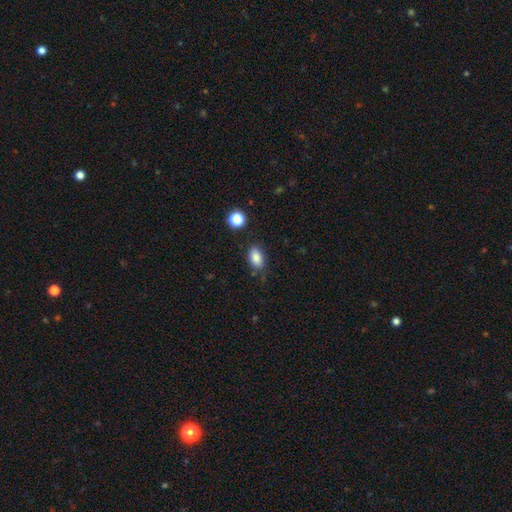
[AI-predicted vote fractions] smooth-or-featured: smooth: 85% | star or artifact: 9% | featured or disk: 6%
  how-rounded: in between: 89% | round: 9% | cigar-shaped: 2%
  merging: none: 80% | minor disturbance: 14% | major disturbance: 3% | merger: 3%